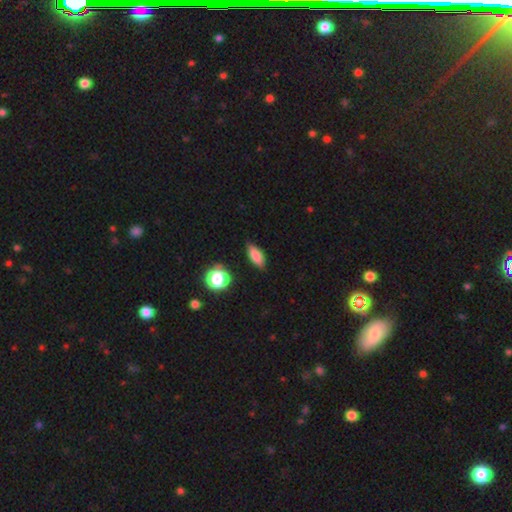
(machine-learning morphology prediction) Q: Smooth or featured?
A: smooth (79%); runner-up: featured or disk (11%)
Q: How rounded?
A: in between (76%); runner-up: cigar-shaped (18%)
Q: Merging?
A: none (82%); runner-up: minor disturbance (13%)